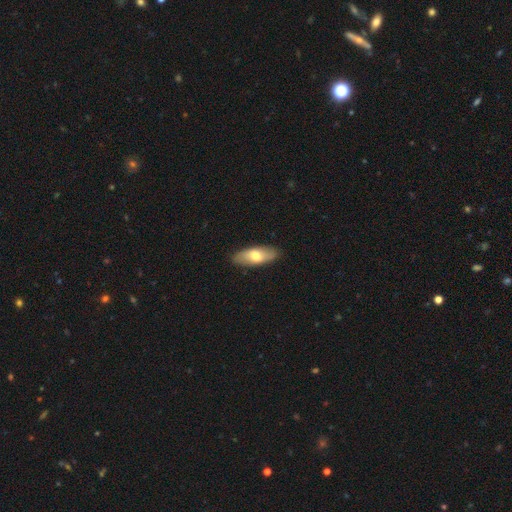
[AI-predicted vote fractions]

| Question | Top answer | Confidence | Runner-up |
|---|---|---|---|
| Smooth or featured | smooth | 65% | featured or disk (29%) |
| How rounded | in between | 78% | cigar-shaped (19%) |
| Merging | none | 87% | minor disturbance (10%) |